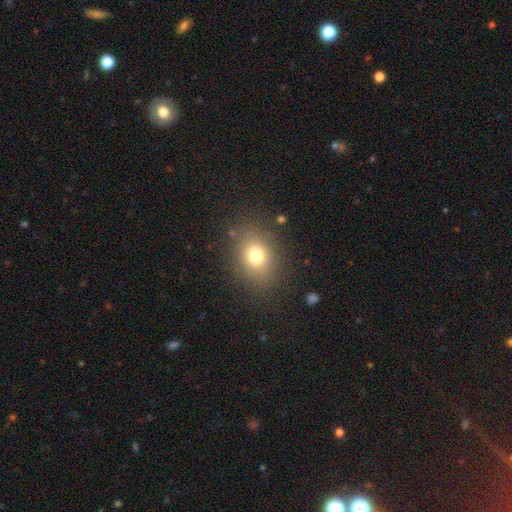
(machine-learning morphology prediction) This appears to be a smooth galaxy with no disk features (75%) that is in between round and cigar-shaped (56%). Merging: none (83%).